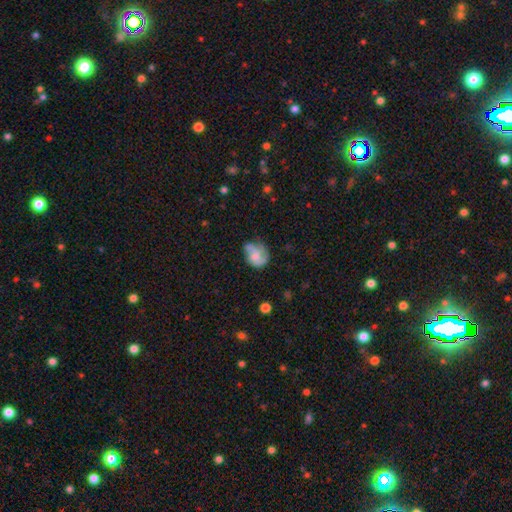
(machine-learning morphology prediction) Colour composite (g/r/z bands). It shows a smooth galaxy with no disk features (48%). Merging: none (44%).